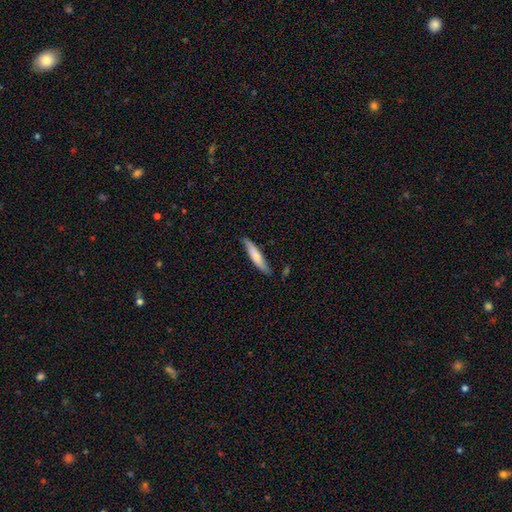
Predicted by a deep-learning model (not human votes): smooth_or_featured: smooth (p=0.70) [alt: featured or disk p=0.25]
how_rounded: cigar-shaped (p=0.87) [alt: in between p=0.11]
merging: none (p=0.77) [alt: minor disturbance p=0.18]